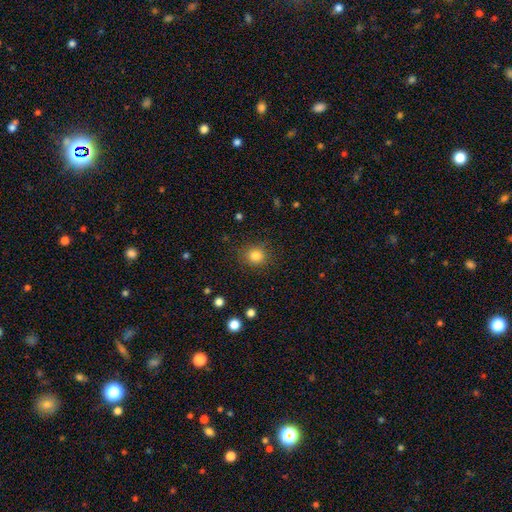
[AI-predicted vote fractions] A smooth galaxy with no disk features (83%) that is round (89%). Merging: none (87%).